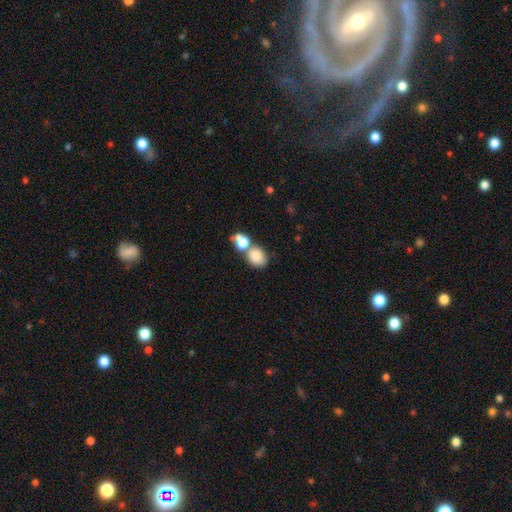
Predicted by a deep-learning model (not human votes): Smooth or featured? Predicted: smooth (p=0.81). How rounded? Predicted: in between (p=0.50). Merging? Predicted: merger (p=0.46).